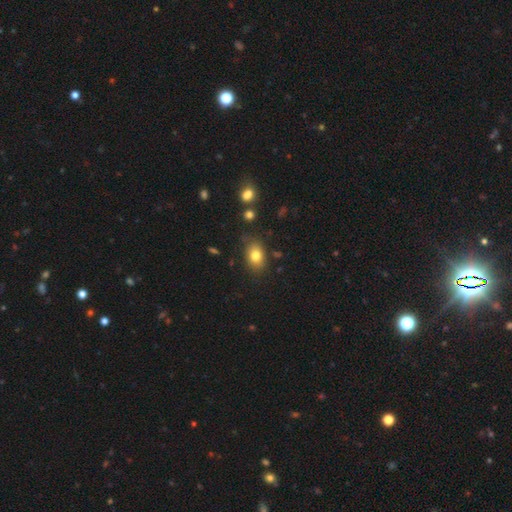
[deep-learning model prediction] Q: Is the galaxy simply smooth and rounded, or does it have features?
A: smooth — 80%.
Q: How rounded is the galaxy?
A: in between — 78%.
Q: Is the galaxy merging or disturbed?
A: none — 79%.